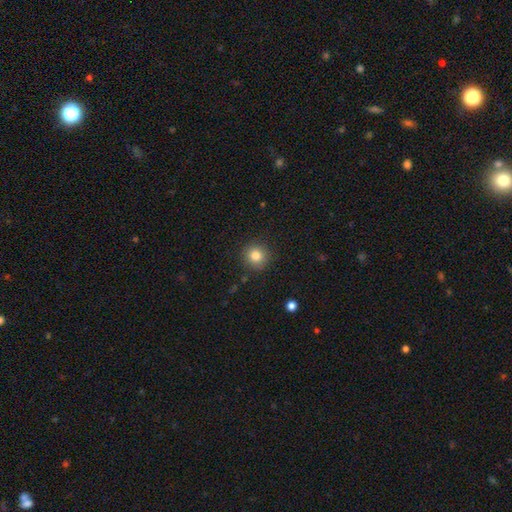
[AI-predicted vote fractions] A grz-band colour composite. It shows a smooth galaxy with no disk features (82%) that is round (94%). Merging: none (89%).